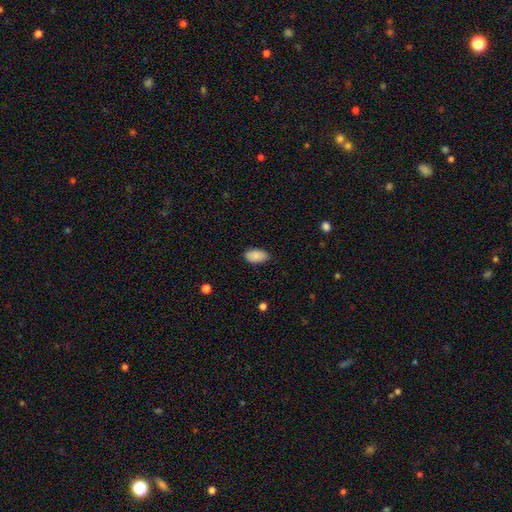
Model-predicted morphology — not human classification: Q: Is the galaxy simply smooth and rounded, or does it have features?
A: smooth — 89%.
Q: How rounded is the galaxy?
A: in between — 94%.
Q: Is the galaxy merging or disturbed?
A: none — 85%.